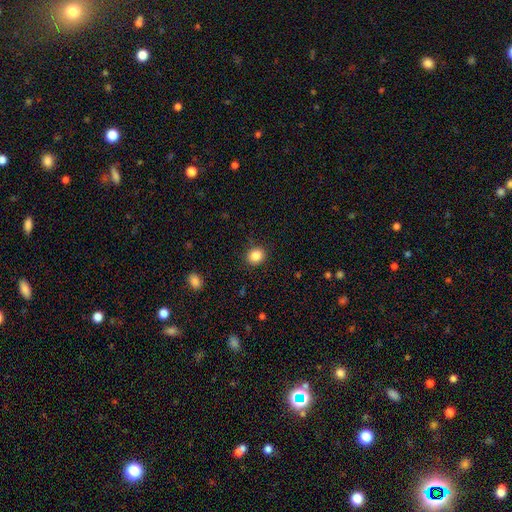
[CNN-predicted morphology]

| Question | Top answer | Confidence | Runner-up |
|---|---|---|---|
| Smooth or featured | smooth | 86% | star or artifact (10%) |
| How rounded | round | 71% | in between (28%) |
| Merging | none | 89% | minor disturbance (8%) |